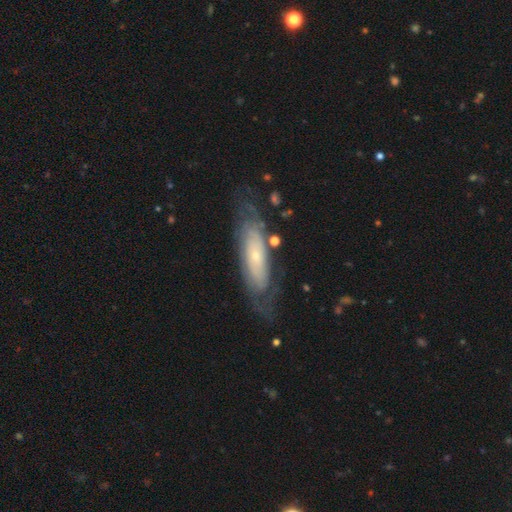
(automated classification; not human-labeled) Morphology: type=featured or disk (69%); edge-on=no (78%); bar=no (79%); spiral arms=yes (75%); bulge=small (78%); merging=none (68%).